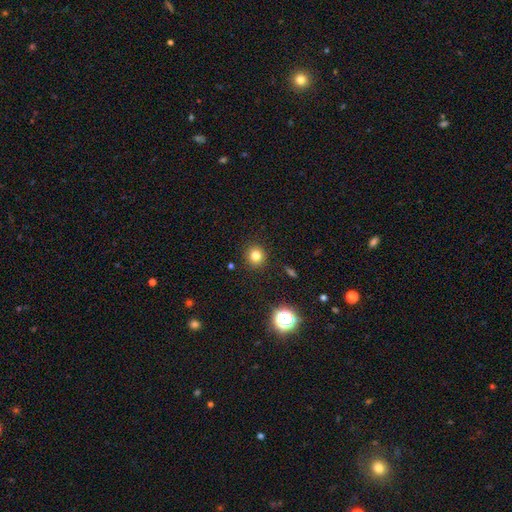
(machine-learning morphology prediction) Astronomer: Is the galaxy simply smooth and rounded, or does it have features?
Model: smooth — 79%.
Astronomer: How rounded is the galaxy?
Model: round — 91%.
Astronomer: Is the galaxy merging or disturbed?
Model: none — 91%.